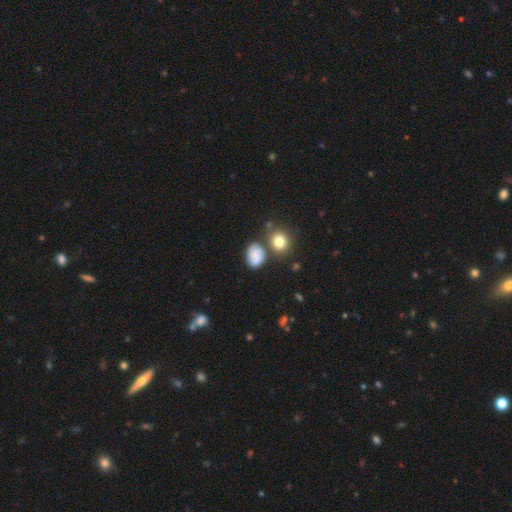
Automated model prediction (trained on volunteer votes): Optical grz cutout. It shows a smooth galaxy with no disk features (58%) that is in between round and cigar-shaped (68%). Merging: none (59%).